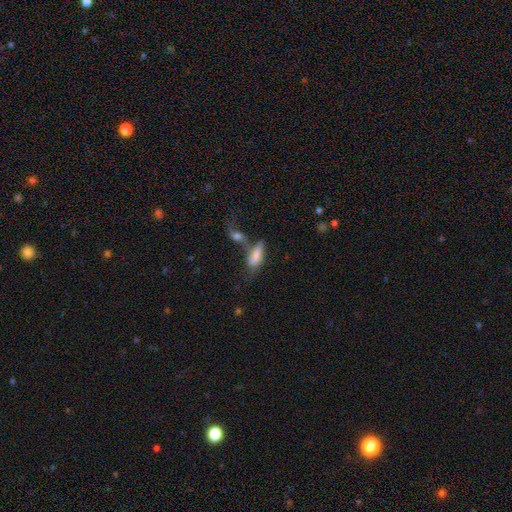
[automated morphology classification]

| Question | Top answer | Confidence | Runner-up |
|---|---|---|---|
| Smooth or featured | smooth | 69% | featured or disk (22%) |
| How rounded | in between | 71% | cigar-shaped (26%) |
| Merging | merger | 45% | none (28%) |